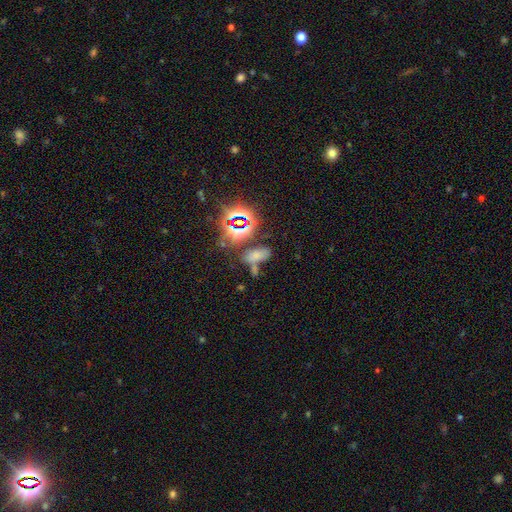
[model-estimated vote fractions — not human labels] Smooth or featured?
  - smooth: 54% *
  - star or artifact: 35%
  - featured or disk: 11%
How rounded?
  - in between: 82% *
  - cigar-shaped: 11%
  - round: 7%
Merging?
  - none: 48% *
  - merger: 29%
  - minor disturbance: 15%
  - major disturbance: 9%